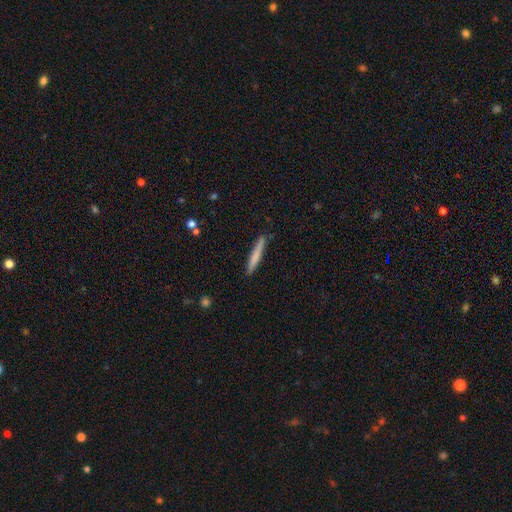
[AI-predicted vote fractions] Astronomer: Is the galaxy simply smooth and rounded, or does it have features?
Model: smooth — 70%.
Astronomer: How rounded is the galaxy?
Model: cigar-shaped — 96%.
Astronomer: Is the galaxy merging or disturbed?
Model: none — 90%.